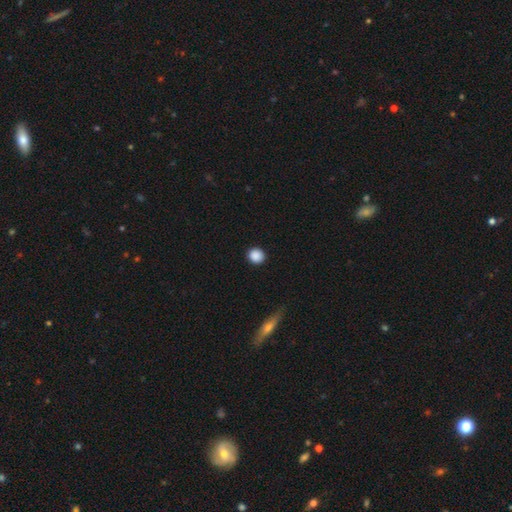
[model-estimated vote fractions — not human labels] Smooth or featured? Predicted: smooth (p=0.89). How rounded? Predicted: round (p=0.88). Merging? Predicted: none (p=0.91).